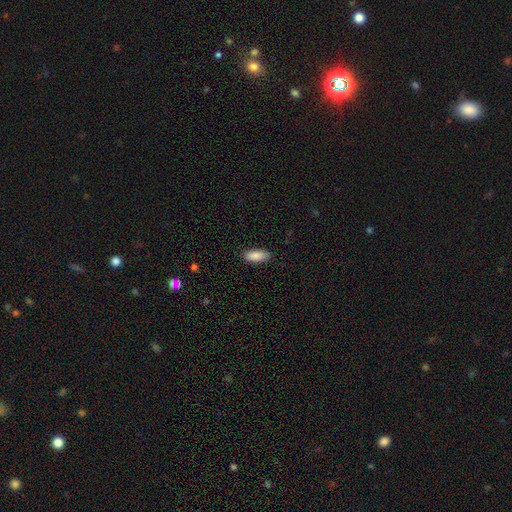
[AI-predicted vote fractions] A smooth galaxy with no disk features (88%) that is in between round and cigar-shaped (81%). Merging: none (87%).